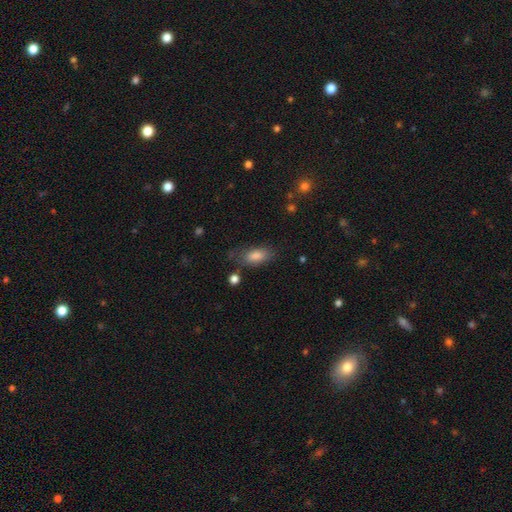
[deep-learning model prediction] Smooth or featured?
  - smooth: 79% *
  - featured or disk: 11%
  - star or artifact: 9%
How rounded?
  - in between: 81% *
  - cigar-shaped: 15%
  - round: 4%
Merging?
  - none: 67% *
  - minor disturbance: 22%
  - major disturbance: 8%
  - merger: 3%